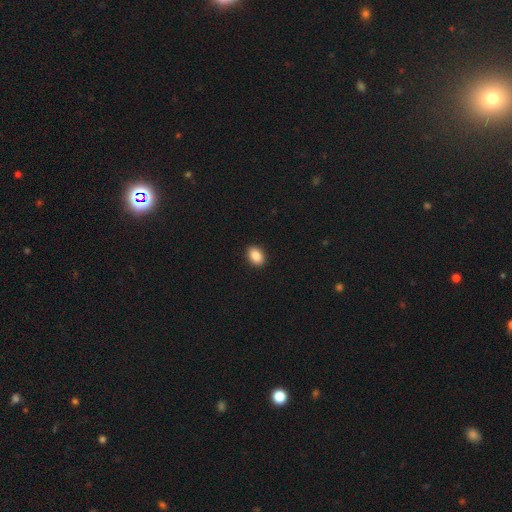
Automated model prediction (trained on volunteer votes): Smooth or featured: smooth — 89% (star or artifact — 8%)
How rounded: in between — 79% (round — 20%)
Merging: none — 92% (minor disturbance — 6%)